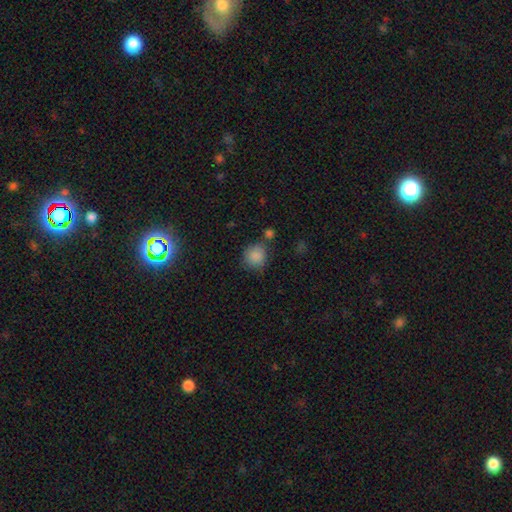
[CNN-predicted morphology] smooth 86%, star or artifact 10%, featured or disk 4%. Down the decision tree: how rounded — round (84%); merging — none (67%).